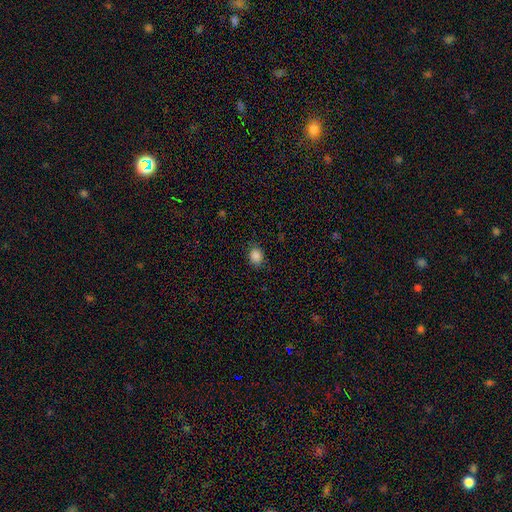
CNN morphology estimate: This is clearly a smooth galaxy (86%). How rounded: possibly round (54%). Merging: clearly none (86%).